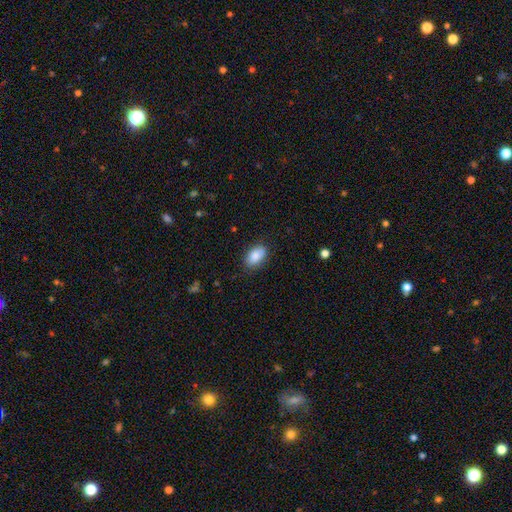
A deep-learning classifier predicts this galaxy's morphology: Smooth or featured: smooth — 85% (featured or disk — 8%)
How rounded: in between — 92% (round — 7%)
Merging: none — 84% (minor disturbance — 12%)